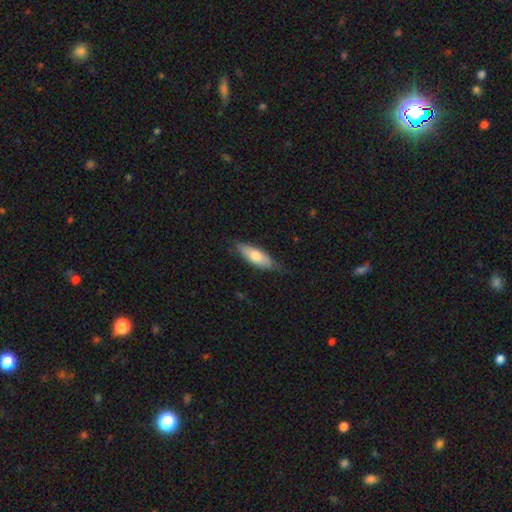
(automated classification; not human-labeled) Smooth or featured? Predicted: smooth (p=0.69). How rounded? Predicted: in between (p=0.62). Merging? Predicted: none (p=0.75).